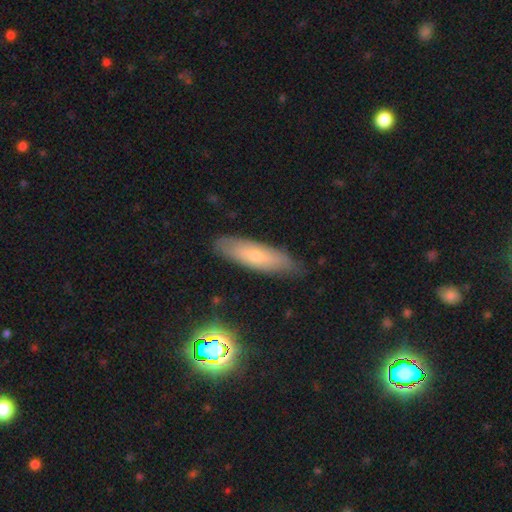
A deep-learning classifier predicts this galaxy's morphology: Q: Smooth or featured?
A: smooth (57%); runner-up: featured or disk (35%)
Q: How rounded?
A: cigar-shaped (55%); runner-up: in between (43%)
Q: Merging?
A: none (82%); runner-up: minor disturbance (15%)